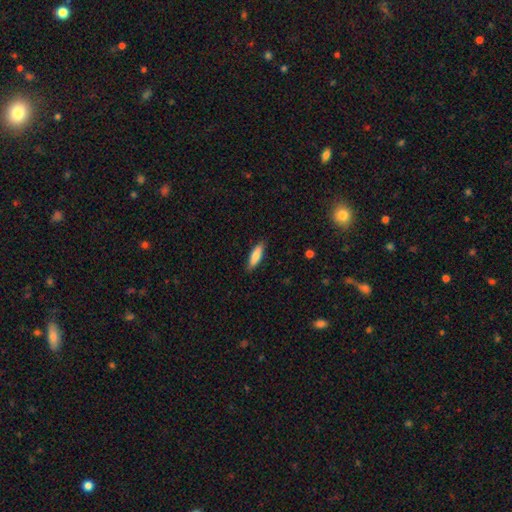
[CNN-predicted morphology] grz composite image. It shows a smooth galaxy with no disk features (79%) that is cigar-shaped (53%). Merging: none (86%).